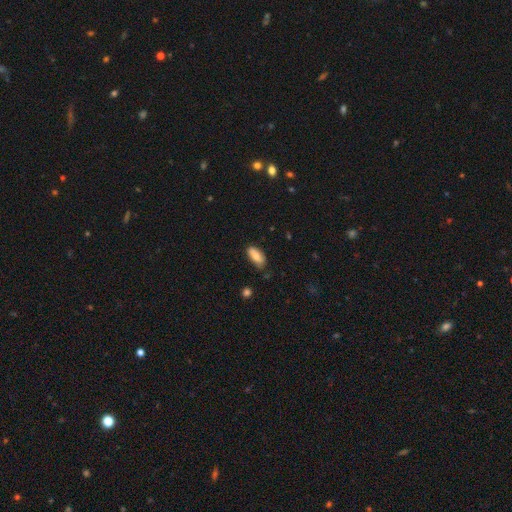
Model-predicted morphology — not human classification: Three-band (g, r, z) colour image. It shows a smooth galaxy with no disk features (76%) that is in between round and cigar-shaped (87%). Merging: none (73%).